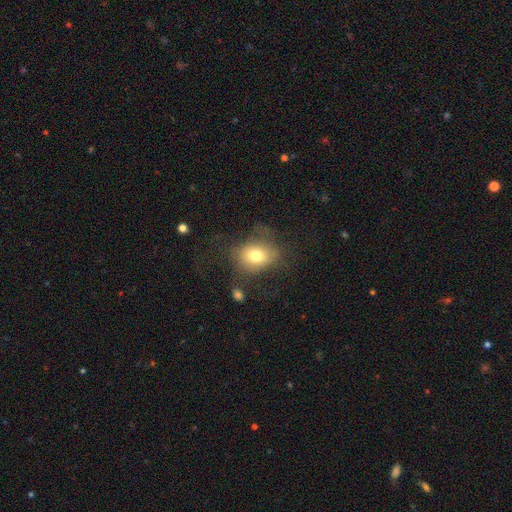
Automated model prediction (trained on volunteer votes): smooth 72%, featured or disk 17%, star or artifact 11%. Down the decision tree: how rounded — in between (55%); merging — none (54%).